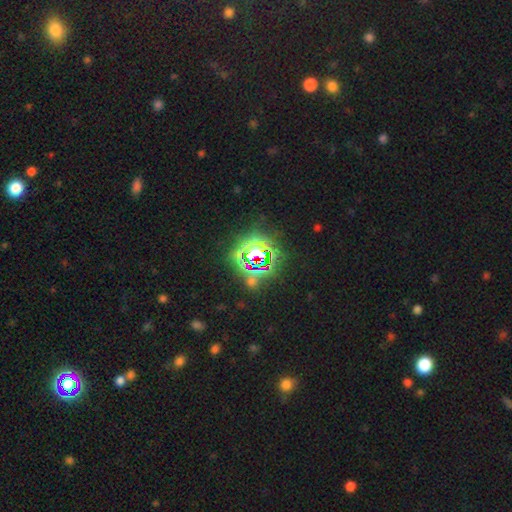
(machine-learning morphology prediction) The model was most divided on "smooth or featured": star or artifact: 79%, smooth: 12%, featured or disk: 9%.